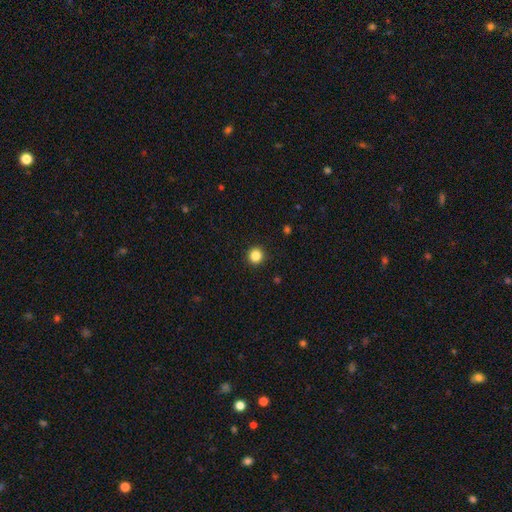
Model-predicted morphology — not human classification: Smooth or featured? smooth (85%)
How rounded? round (95%)
Merging? none (93%)